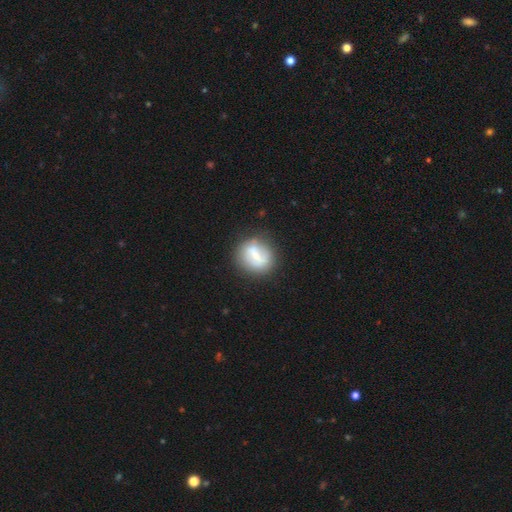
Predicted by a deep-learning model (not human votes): This appears to be a smooth galaxy with no disk features (51%) that is round (72%). Merging: none (70%).